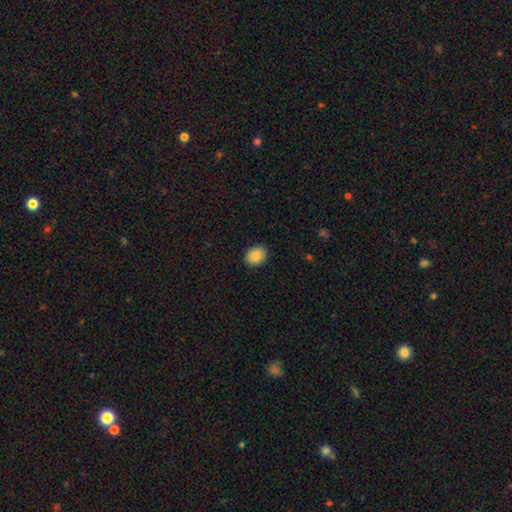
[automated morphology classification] Smooth or featured: smooth — 84% (star or artifact — 8%)
How rounded: in between — 52% (round — 47%)
Merging: none — 89% (minor disturbance — 8%)